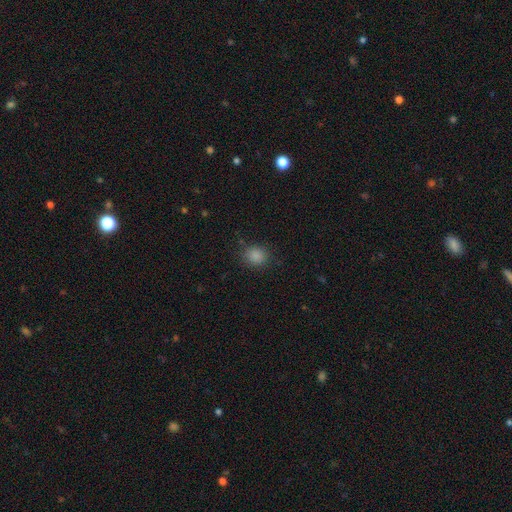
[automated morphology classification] A smooth galaxy with no disk features (86%) that is round (76%). Merging: none (85%).